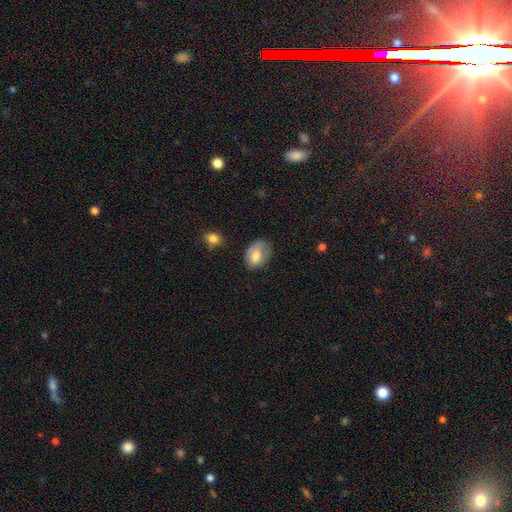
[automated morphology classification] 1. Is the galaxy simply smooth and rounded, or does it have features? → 68% smooth, 24% featured or disk, 7% star or artifact.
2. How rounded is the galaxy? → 79% in between, 20% round, 1% cigar-shaped.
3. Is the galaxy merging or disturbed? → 52% none, 32% minor disturbance, 14% major disturbance, 2% merger.